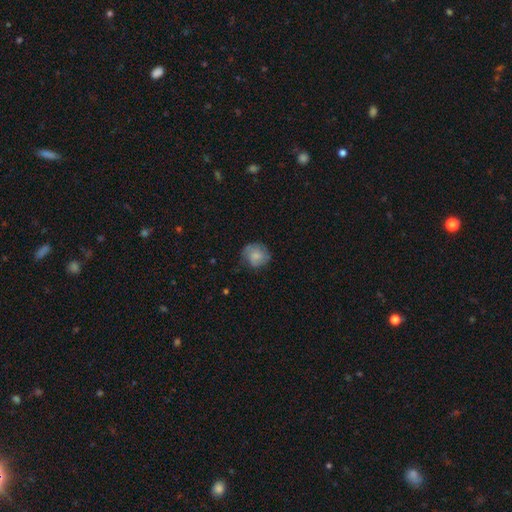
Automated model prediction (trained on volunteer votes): Smooth or featured: smooth — 71% (featured or disk — 21%)
How rounded: round — 82% (in between — 17%)
Merging: none — 67% (minor disturbance — 25%)